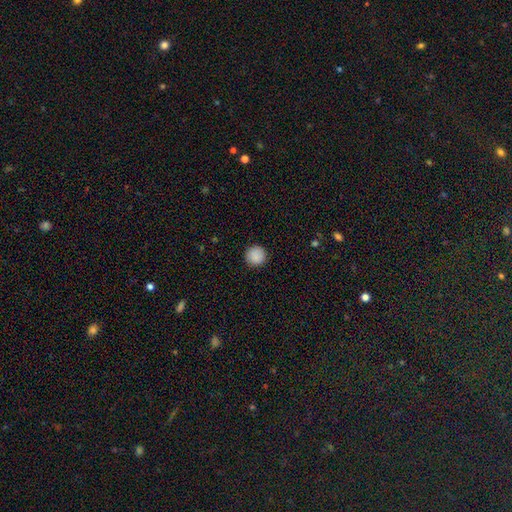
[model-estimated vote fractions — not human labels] A smooth galaxy with no disk features (89%) that is round (95%).

Vote fractions:
- Smooth or featured? smooth: 89% / star or artifact: 8% / featured or disk: 3%
- How rounded? round: 95% / in between: 4% / cigar-shaped: 1%
- Merging? none: 92% / minor disturbance: 5% / major disturbance: 2% / merger: 1%